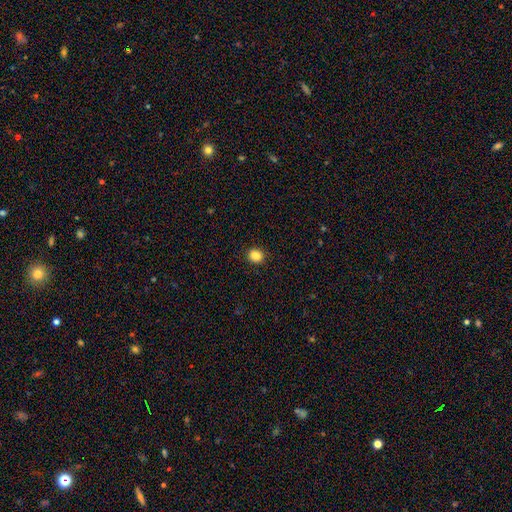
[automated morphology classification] smooth_or_featured: smooth (p=0.86) [alt: star or artifact p=0.10]
how_rounded: round (p=0.77) [alt: in between p=0.22]
merging: none (p=0.91) [alt: minor disturbance p=0.06]